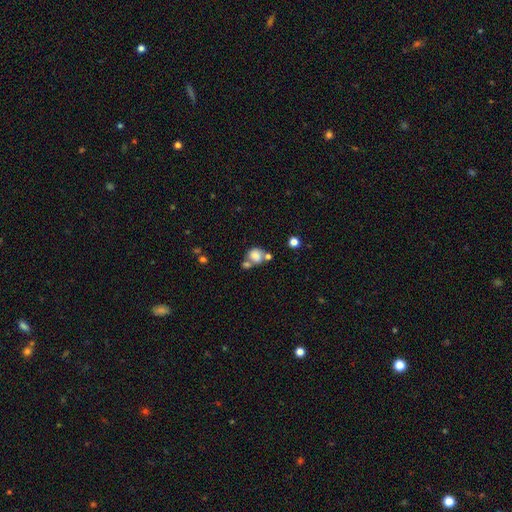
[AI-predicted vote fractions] Smooth or featured: smooth — 75% (featured or disk — 14%)
How rounded: round — 66% (in between — 33%)
Merging: merger — 42% (none — 37%)